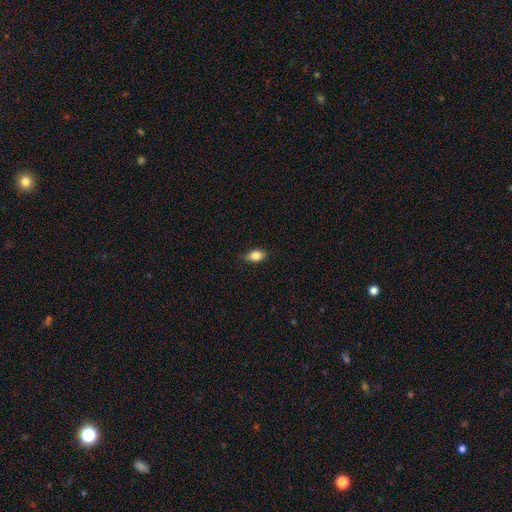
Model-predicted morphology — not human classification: This is clearly a smooth galaxy (81%). How rounded: clearly in between (82%). Merging: likely none (80%).